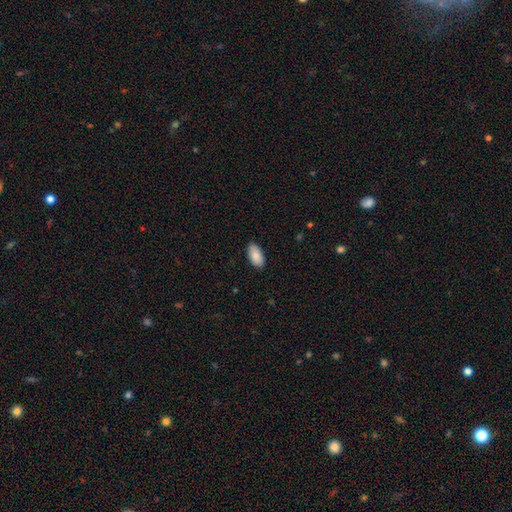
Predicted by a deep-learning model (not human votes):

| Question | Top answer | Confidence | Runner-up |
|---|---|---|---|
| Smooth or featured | smooth | 87% | featured or disk (7%) |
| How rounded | in between | 94% | cigar-shaped (4%) |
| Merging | none | 88% | minor disturbance (9%) |